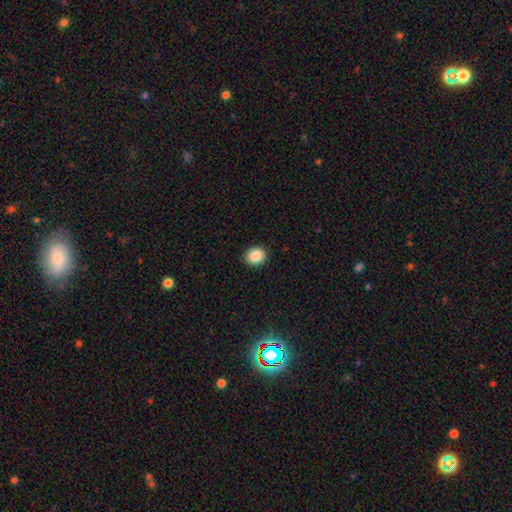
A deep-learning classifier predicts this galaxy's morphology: This is clearly a smooth galaxy (87%). How rounded: likely round (73%). Merging: clearly none (91%).